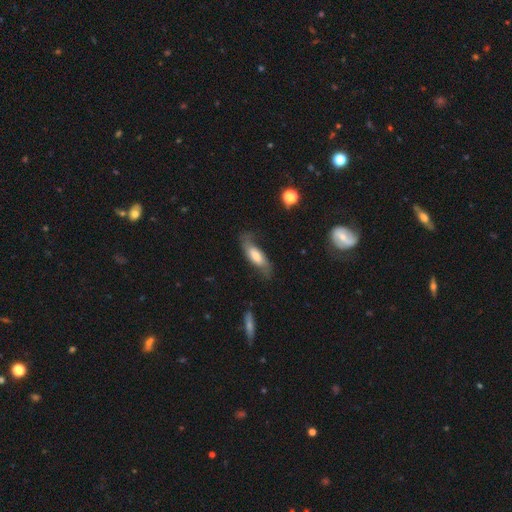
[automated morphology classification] Smooth or featured: smooth — 47% (featured or disk — 46%)
Merging: none — 58% (minor disturbance — 26%)